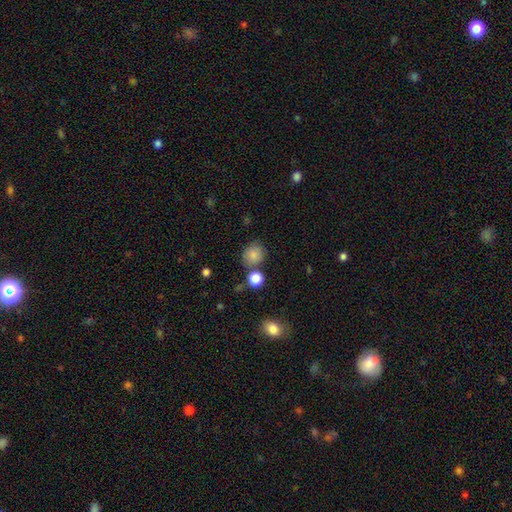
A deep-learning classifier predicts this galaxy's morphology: smooth-or-featured: smooth: 78% | star or artifact: 16% | featured or disk: 7%
  how-rounded: round: 81% | in between: 18% | cigar-shaped: 1%
  merging: none: 79% | minor disturbance: 11% | merger: 7% | major disturbance: 3%